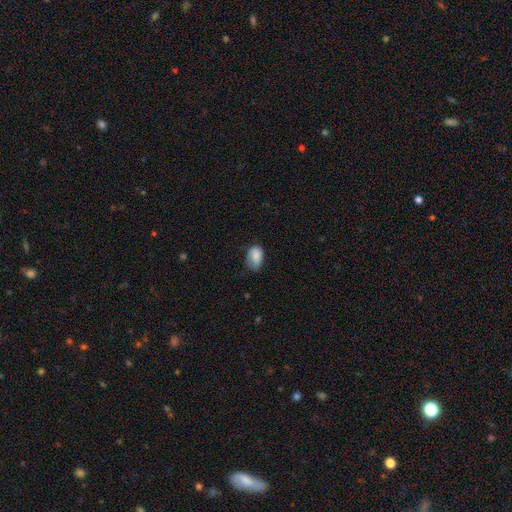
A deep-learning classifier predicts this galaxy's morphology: Smooth or featured? smooth (84%)
How rounded? in between (88%)
Merging? none (54%)